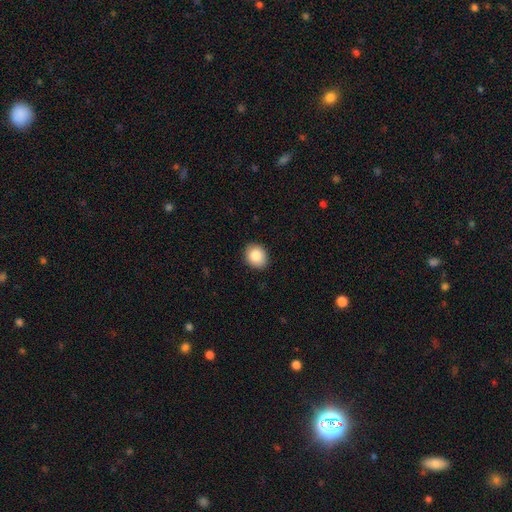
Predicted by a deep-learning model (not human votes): Q: Smooth or featured?
A: smooth (85%); runner-up: star or artifact (8%)
Q: How rounded?
A: round (59%); runner-up: in between (40%)
Q: Merging?
A: none (90%); runner-up: minor disturbance (7%)